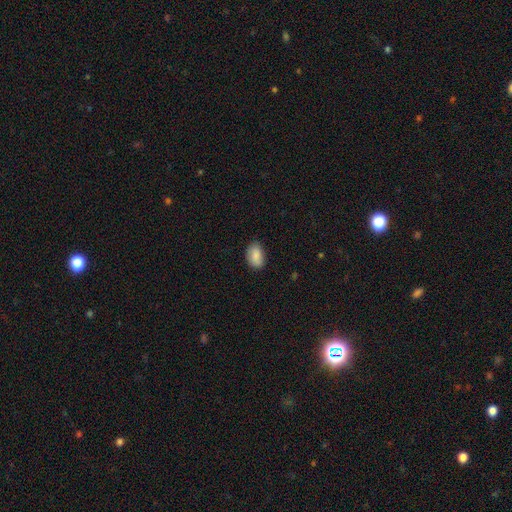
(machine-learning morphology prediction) The model was most divided on "merging": none: 80%, minor disturbance: 16%, major disturbance: 3%, merger: 1%. More confident: how rounded — in between (90%); smooth or featured — smooth (87%).